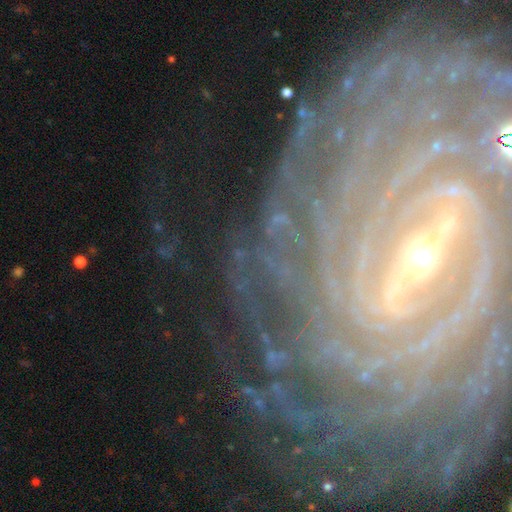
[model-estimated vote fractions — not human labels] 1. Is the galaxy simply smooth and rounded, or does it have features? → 88% featured or disk, 8% star or artifact, 4% smooth.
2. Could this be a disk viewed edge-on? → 96% no, 4% yes.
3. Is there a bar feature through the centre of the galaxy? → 53% strong, 29% weak, 18% no.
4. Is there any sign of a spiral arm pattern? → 97% yes, 3% no.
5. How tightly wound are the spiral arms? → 85% tight, 12% medium, 3% loose.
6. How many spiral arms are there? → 40% more than 4, 18% can't tell, 15% 4, 10% 3, 10% 2, 8% 1.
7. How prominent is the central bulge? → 66% small, 29% moderate, 2% large, 1% none, 1% dominant.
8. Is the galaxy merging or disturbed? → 80% none, 11% minor disturbance, 6% major disturbance, 2% merger.